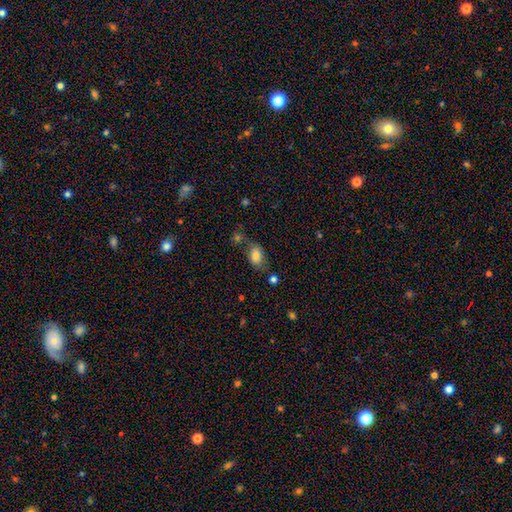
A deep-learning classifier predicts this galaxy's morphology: Smooth or featured? smooth (80%)
How rounded? in between (87%)
Merging? none (60%)